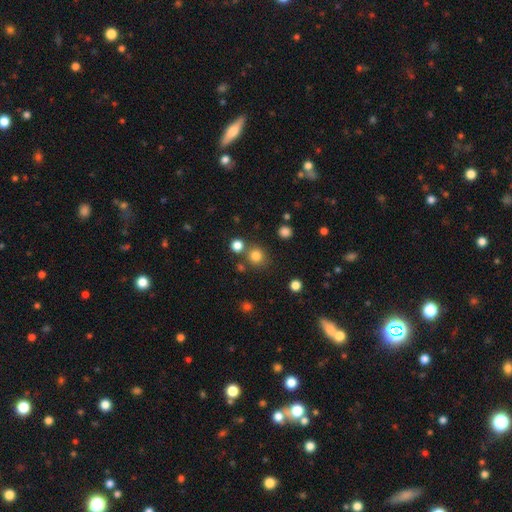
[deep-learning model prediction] The model was most divided on "merging": none: 74%, merger: 14%, minor disturbance: 8%, major disturbance: 4%. More confident: how rounded — round (89%); smooth or featured — smooth (80%).